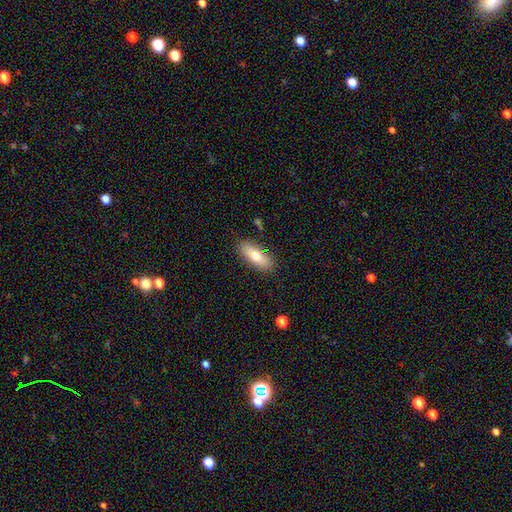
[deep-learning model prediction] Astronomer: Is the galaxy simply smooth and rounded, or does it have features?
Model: smooth — 71%.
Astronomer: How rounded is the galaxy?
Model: in between — 67%.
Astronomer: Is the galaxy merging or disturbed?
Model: none — 85%.